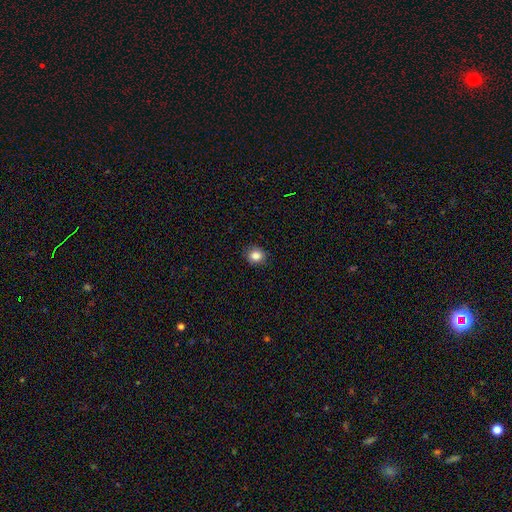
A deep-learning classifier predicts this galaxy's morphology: A smooth galaxy with no disk features (85%) that is round (79%).

Vote fractions:
- Smooth or featured? smooth: 85% / star or artifact: 10% / featured or disk: 5%
- How rounded? round: 79% / in between: 20% / cigar-shaped: 1%
- Merging? none: 88% / minor disturbance: 9% / major disturbance: 2% / merger: 1%